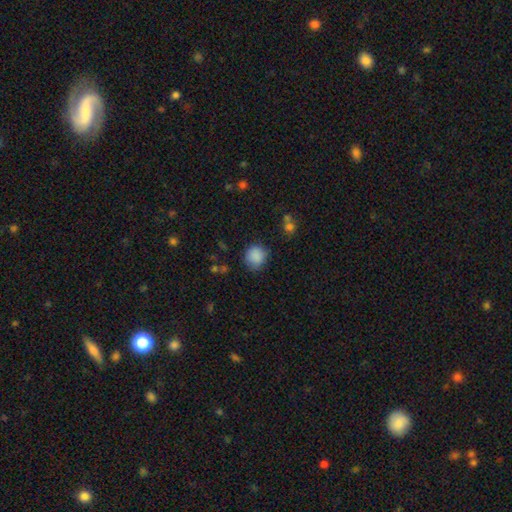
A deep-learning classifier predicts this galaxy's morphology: Overall: smooth (87%). How rounded: round (86%). Merging: none (77%).